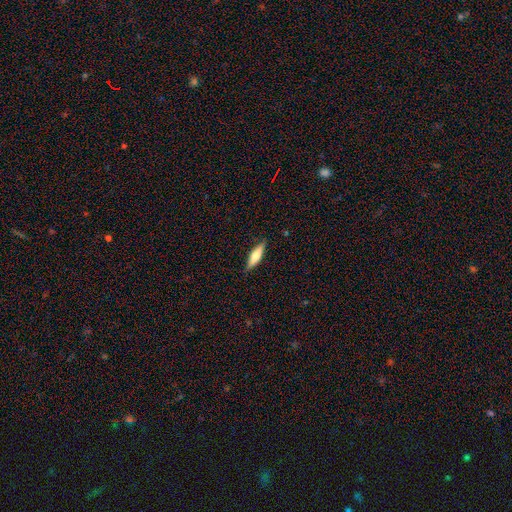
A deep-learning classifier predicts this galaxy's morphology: smooth_or_featured: smooth (p=0.57) [alt: featured or disk p=0.37]
how_rounded: cigar-shaped (p=0.64) [alt: in between p=0.34]
merging: none (p=0.86) [alt: minor disturbance p=0.11]